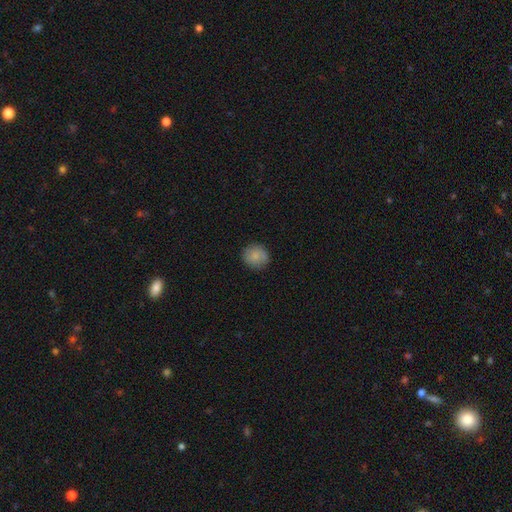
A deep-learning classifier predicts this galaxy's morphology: Smooth or featured? Predicted: smooth (p=0.84). How rounded? Predicted: round (p=0.88). Merging? Predicted: none (p=0.87).